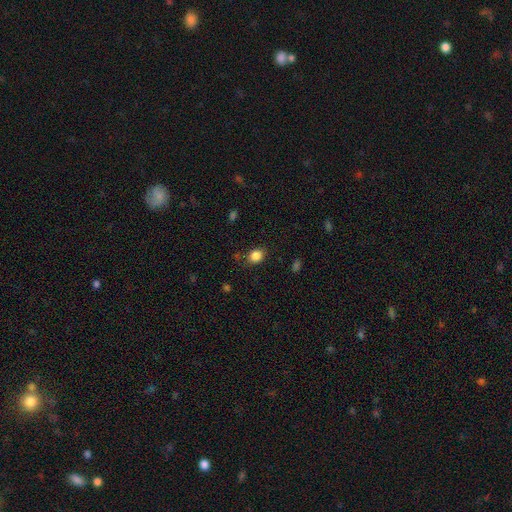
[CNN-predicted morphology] Q: Smooth or featured?
A: smooth (85%); runner-up: star or artifact (11%)
Q: How rounded?
A: round (61%); runner-up: in between (38%)
Q: Merging?
A: none (79%); runner-up: minor disturbance (14%)